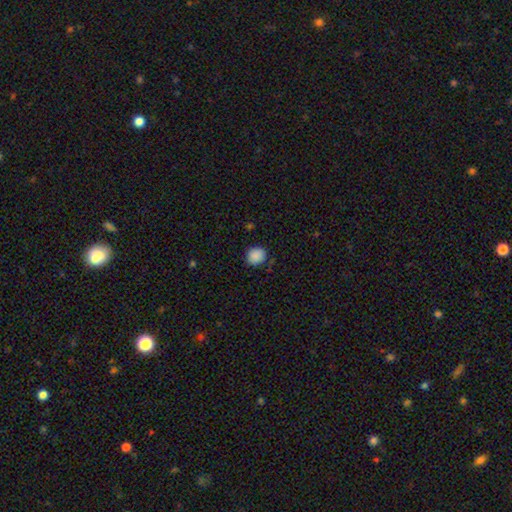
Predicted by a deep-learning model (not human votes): Morphology: type=smooth (88%); roundness=round (75%); merging=none (79%).